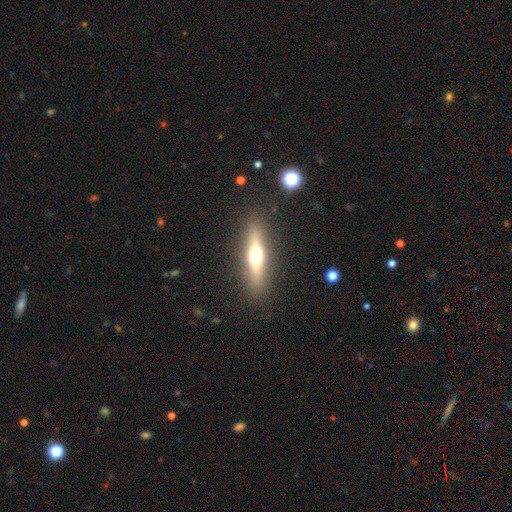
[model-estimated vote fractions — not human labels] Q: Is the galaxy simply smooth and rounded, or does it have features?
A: featured or disk — 53%.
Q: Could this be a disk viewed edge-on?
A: yes — 91%.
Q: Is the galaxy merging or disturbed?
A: none — 88%.